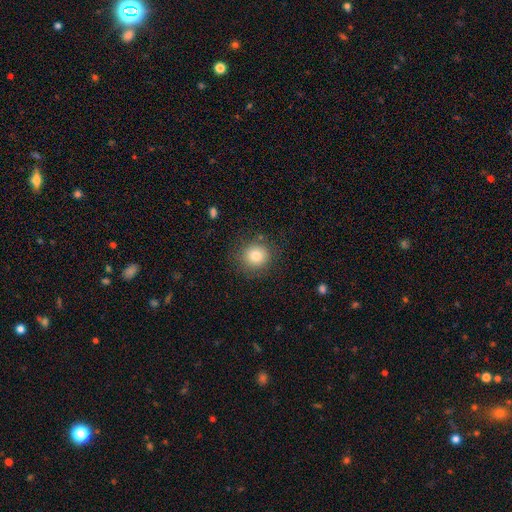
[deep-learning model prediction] The model was most divided on "smooth or featured": smooth: 80%, star or artifact: 11%, featured or disk: 9%. More confident: how rounded — round (90%); merging — none (84%).